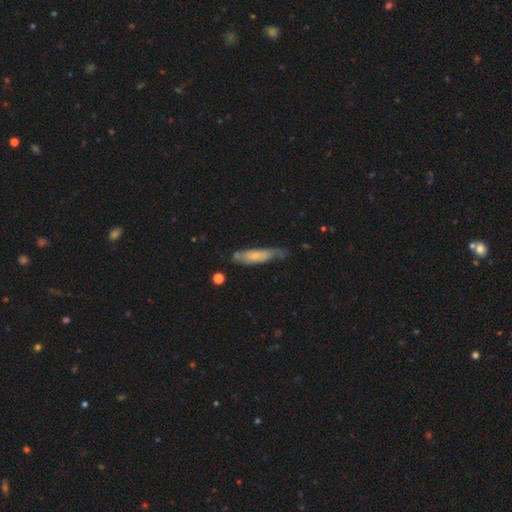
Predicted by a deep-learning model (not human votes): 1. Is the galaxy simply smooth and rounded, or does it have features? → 50% smooth, 44% featured or disk, 6% star or artifact.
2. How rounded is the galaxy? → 69% cigar-shaped, 29% in between, 2% round.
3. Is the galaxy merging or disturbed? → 48% none, 34% minor disturbance, 14% major disturbance, 4% merger.